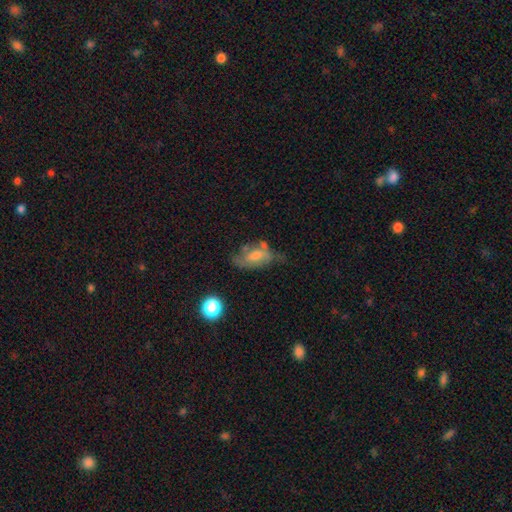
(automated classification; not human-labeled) smooth_or_featured: featured or disk (p=0.49) [alt: smooth p=0.40]
merging: none (p=0.46) [alt: minor disturbance p=0.29]